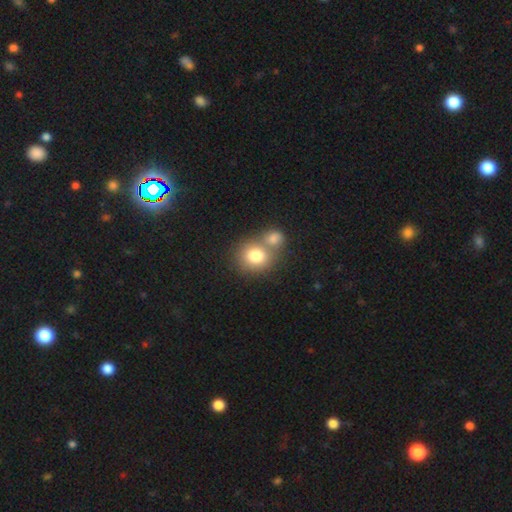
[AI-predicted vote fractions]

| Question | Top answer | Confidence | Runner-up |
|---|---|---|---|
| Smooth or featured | smooth | 79% | featured or disk (12%) |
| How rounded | round | 76% | in between (23%) |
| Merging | merger | 48% | none (41%) |